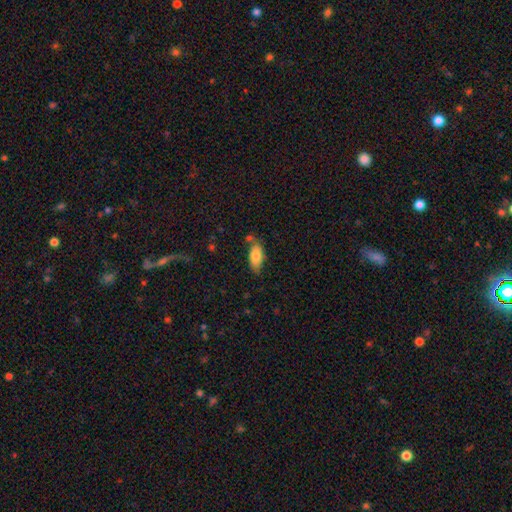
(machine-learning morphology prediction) type=smooth (78%); roundness=in between (87%); merging=none (62%).